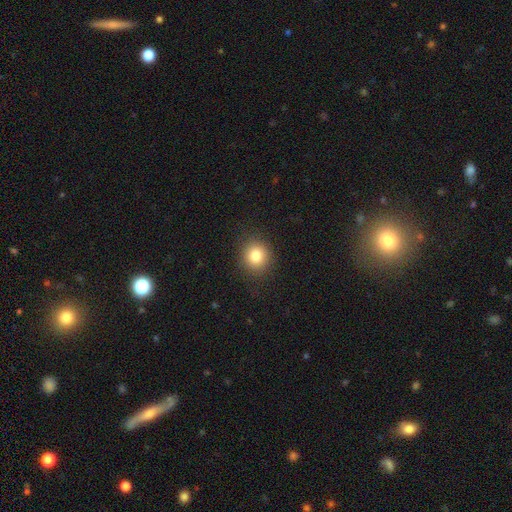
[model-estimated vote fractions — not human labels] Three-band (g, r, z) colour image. It shows a smooth galaxy with no disk features (81%) that is round (86%). Merging: none (89%).